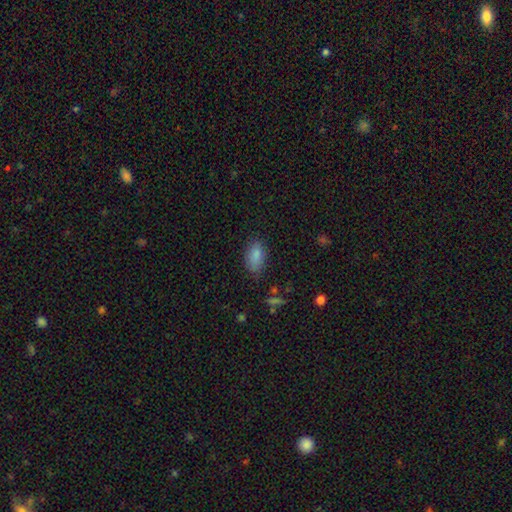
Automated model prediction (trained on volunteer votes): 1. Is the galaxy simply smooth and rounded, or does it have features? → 85% smooth, 9% star or artifact, 6% featured or disk.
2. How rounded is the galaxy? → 91% in between, 5% round, 3% cigar-shaped.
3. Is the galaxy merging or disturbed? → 77% none, 17% minor disturbance, 4% major disturbance, 2% merger.